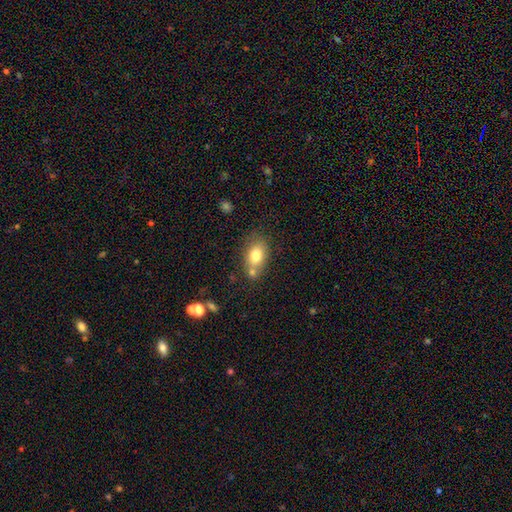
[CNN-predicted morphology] The model was most divided on "merging": none: 56%, merger: 25%, minor disturbance: 15%, major disturbance: 4%. More confident: how rounded — in between (80%); smooth or featured — smooth (77%).